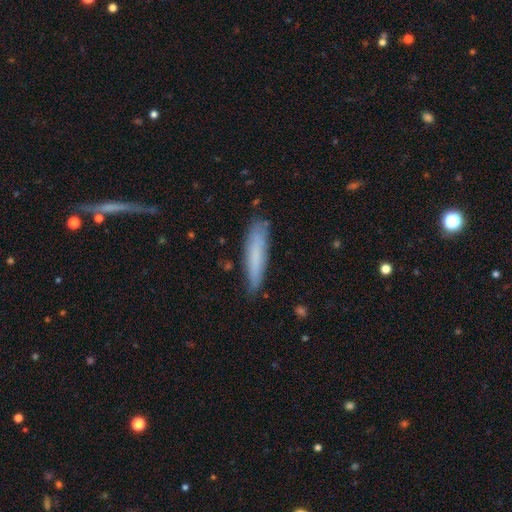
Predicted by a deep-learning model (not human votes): Morphology: type=smooth (73%); roundness=cigar-shaped (86%); merging=none (78%).